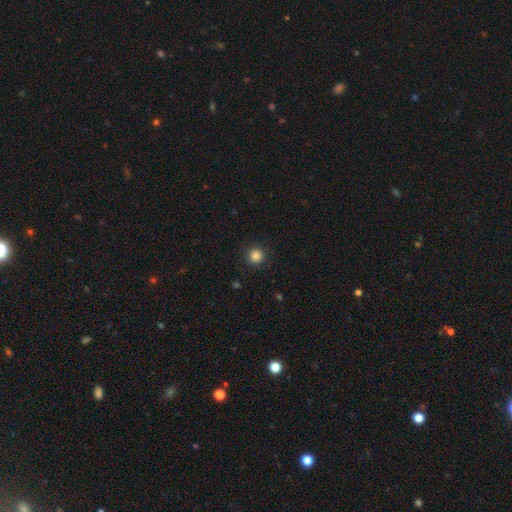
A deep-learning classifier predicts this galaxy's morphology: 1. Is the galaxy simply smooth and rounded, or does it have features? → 85% smooth, 11% star or artifact, 4% featured or disk.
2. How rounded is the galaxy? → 95% round, 4% in between, 1% cigar-shaped.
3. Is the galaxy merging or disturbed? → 90% none, 7% minor disturbance, 3% major disturbance, 1% merger.